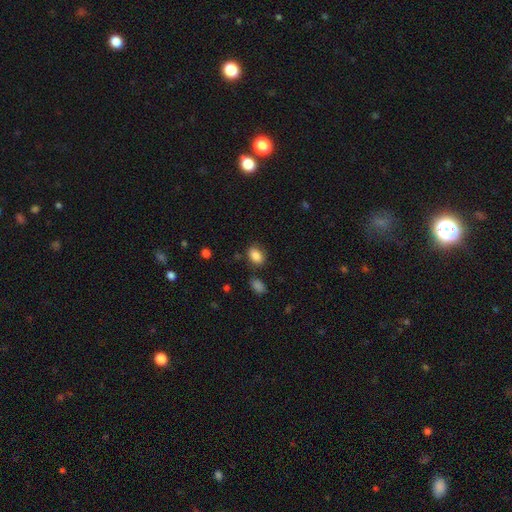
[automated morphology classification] Overall: smooth (86%). How rounded: in between (81%). Merging: none (78%).